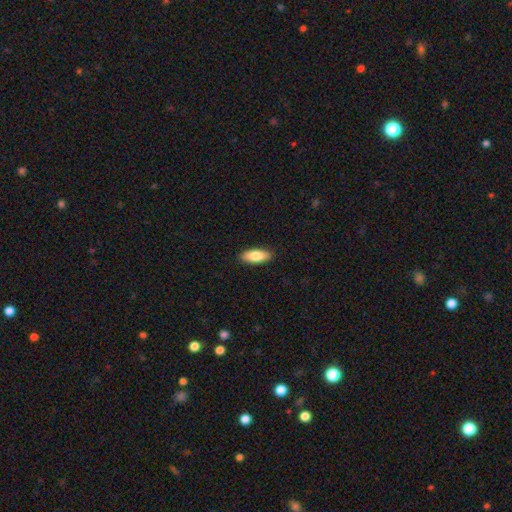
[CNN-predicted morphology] The model was most divided on "how rounded": in between: 74%, cigar-shaped: 24%, round: 2%. More confident: merging — none (90%); smooth or featured — smooth (81%).